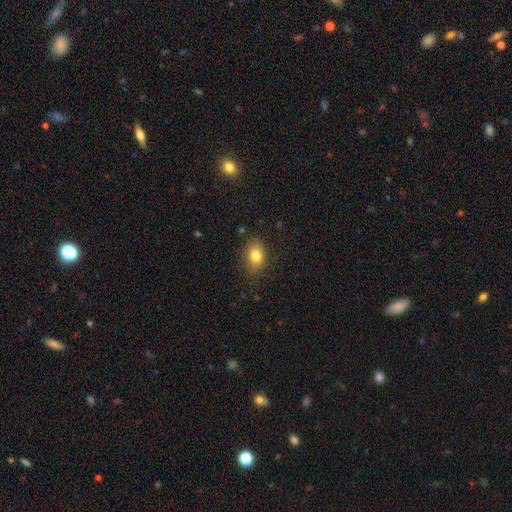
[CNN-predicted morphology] smooth_or_featured: smooth (p=0.80) [alt: featured or disk p=0.10]
how_rounded: in between (p=0.77) [alt: round p=0.21]
merging: none (p=0.81) [alt: minor disturbance p=0.14]